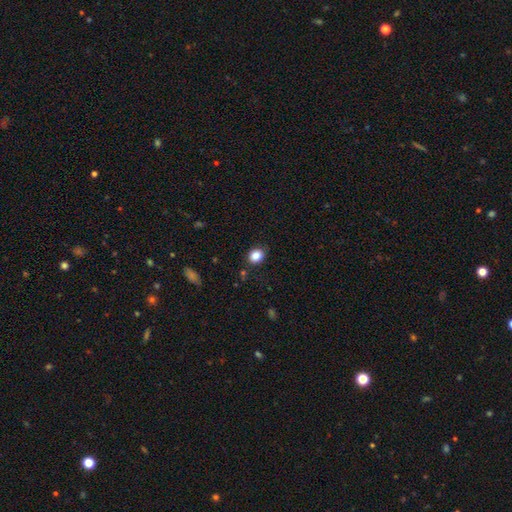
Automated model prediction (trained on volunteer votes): This is clearly a smooth galaxy (85%). How rounded: possibly round (58%). Merging: clearly none (85%).